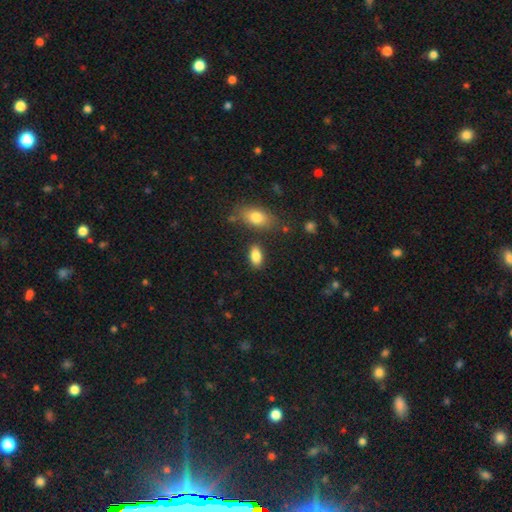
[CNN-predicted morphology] A smooth galaxy with no disk features (86%) that is in between round and cigar-shaped (91%). Merging: none (82%).